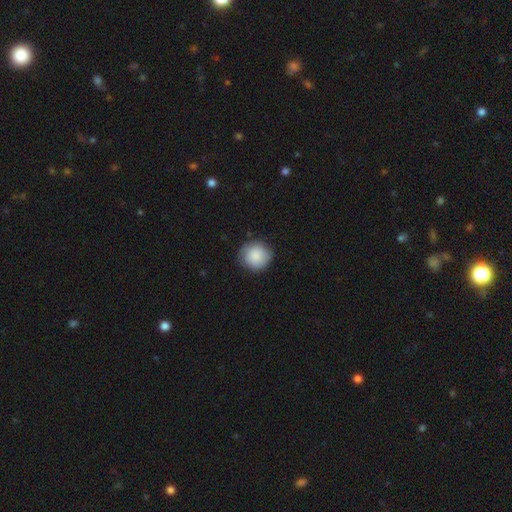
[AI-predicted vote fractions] This appears to be a smooth galaxy with no disk features (86%) that is round (90%). Merging: none (82%).